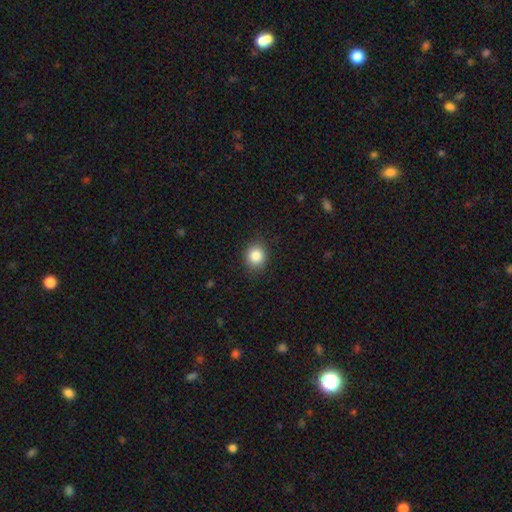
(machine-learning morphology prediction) Smooth or featured? smooth (85%)
How rounded? round (72%)
Merging? none (89%)